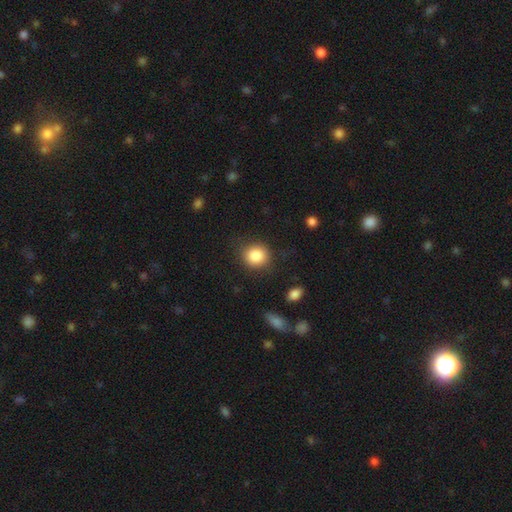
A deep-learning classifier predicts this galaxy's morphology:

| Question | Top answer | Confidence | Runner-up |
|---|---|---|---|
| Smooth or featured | smooth | 86% | star or artifact (9%) |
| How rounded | round | 84% | in between (15%) |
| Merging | none | 84% | minor disturbance (10%) |